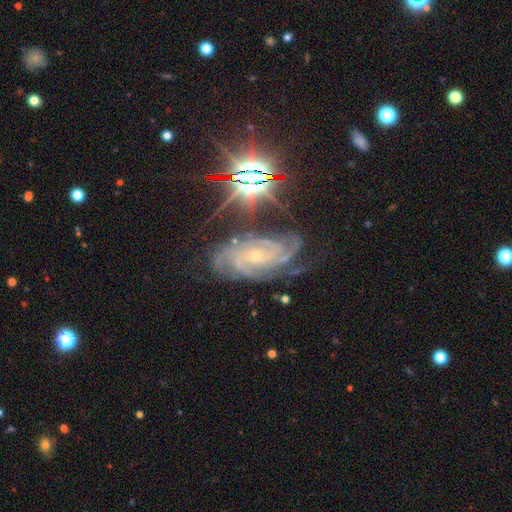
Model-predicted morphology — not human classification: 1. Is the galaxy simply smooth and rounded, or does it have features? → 83% featured or disk, 13% star or artifact, 5% smooth.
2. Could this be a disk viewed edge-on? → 96% no, 4% yes.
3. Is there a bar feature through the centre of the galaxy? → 67% no, 23% weak, 9% strong.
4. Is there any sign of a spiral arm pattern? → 98% yes, 2% no.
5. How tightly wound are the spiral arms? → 69% tight, 27% medium, 4% loose.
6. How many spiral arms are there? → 26% 4, 25% 3, 19% can't tell, 12% 2, 12% more than 4, 7% 1.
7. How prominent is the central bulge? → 75% small, 21% moderate, 2% none, 1% large, 1% dominant.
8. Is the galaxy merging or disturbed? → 66% none, 21% minor disturbance, 10% major disturbance, 3% merger.